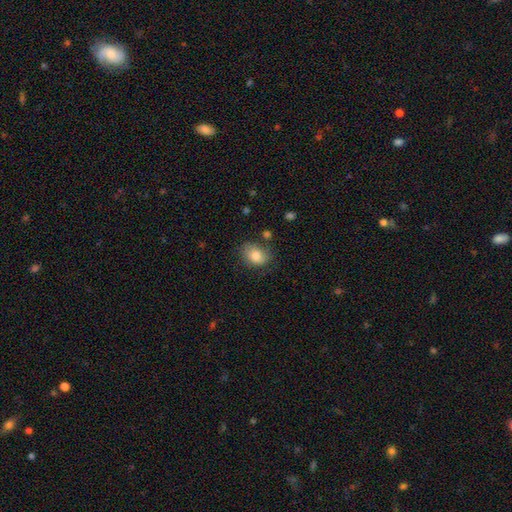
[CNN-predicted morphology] Smooth or featured: smooth — 82% (featured or disk — 10%)
How rounded: in between — 65% (round — 34%)
Merging: none — 66% (minor disturbance — 23%)